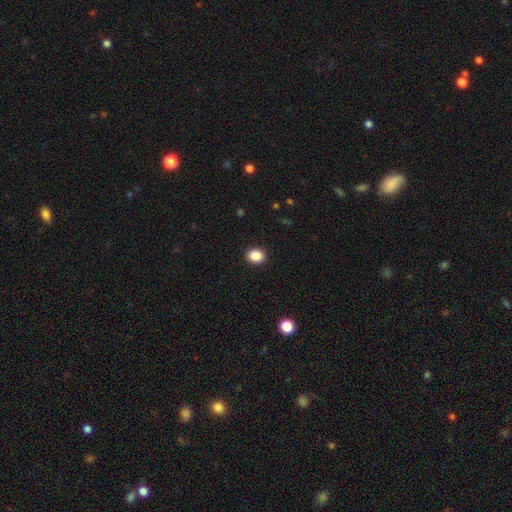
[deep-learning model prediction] This appears to be a smooth galaxy with no disk features (88%) that is round (53%). Merging: none (91%).